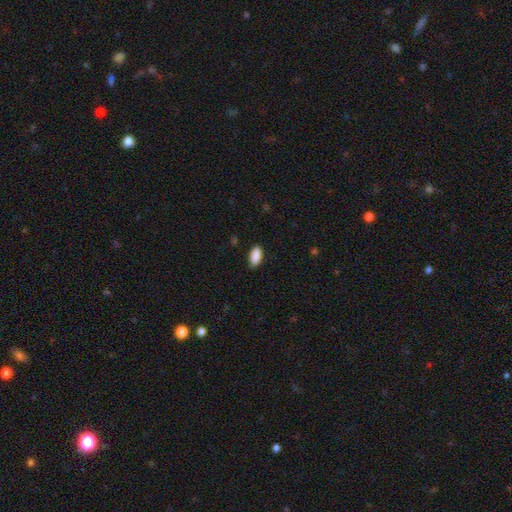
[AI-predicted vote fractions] The model was most divided on "merging": none: 87%, minor disturbance: 10%, major disturbance: 2%, merger: 1%. More confident: how rounded — in between (91%); smooth or featured — smooth (90%).